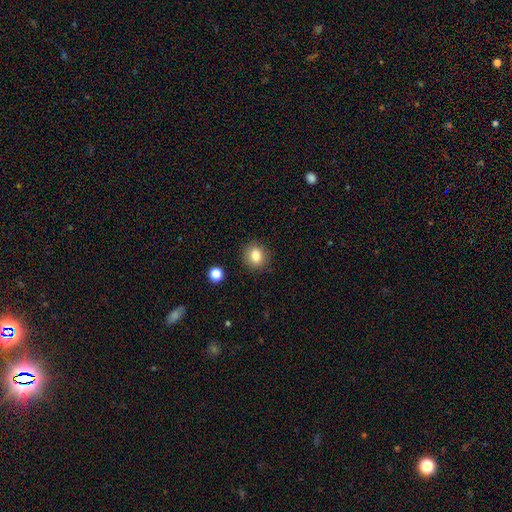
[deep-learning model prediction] smooth_or_featured: smooth (p=0.83) [alt: star or artifact p=0.10]
how_rounded: round (p=0.78) [alt: in between p=0.21]
merging: none (p=0.89) [alt: minor disturbance p=0.08]